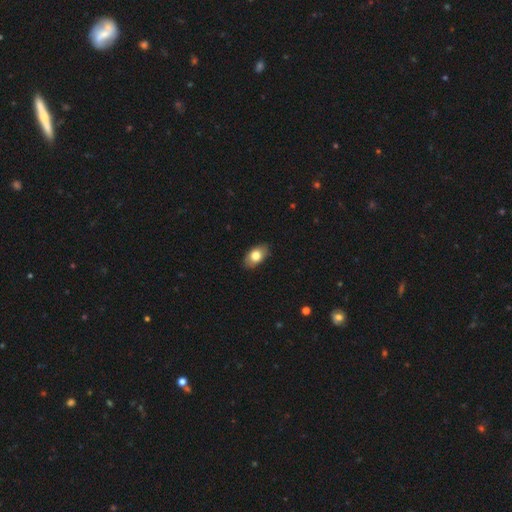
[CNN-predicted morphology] A smooth galaxy with no disk features (76%) that is in between round and cigar-shaped (91%).

Vote fractions:
- Smooth or featured? smooth: 76% / featured or disk: 17% / star or artifact: 7%
- How rounded? in between: 91% / round: 8% / cigar-shaped: 2%
- Merging? none: 87% / minor disturbance: 10% / major disturbance: 2% / merger: 1%